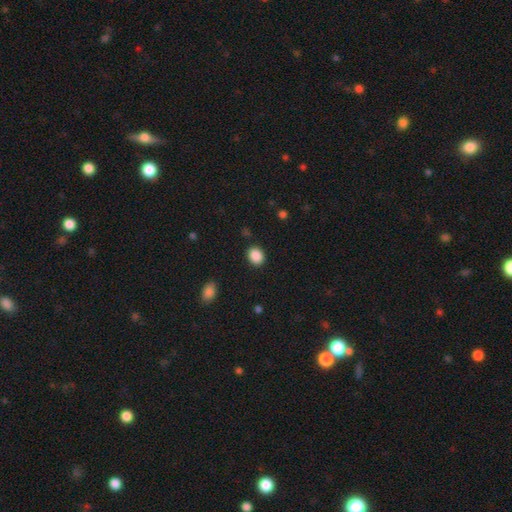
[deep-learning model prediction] A smooth galaxy with no disk features (89%) that is round (55%). Merging: none (88%).